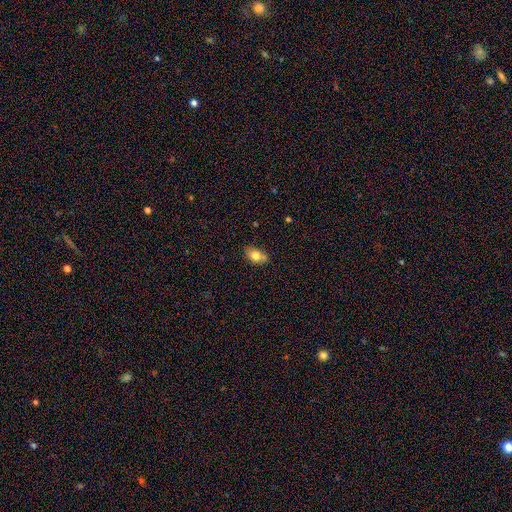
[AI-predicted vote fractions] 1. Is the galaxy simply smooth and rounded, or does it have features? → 78% smooth, 14% featured or disk, 9% star or artifact.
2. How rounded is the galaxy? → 81% in between, 16% round, 3% cigar-shaped.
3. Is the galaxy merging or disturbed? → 76% none, 19% minor disturbance, 3% major disturbance, 2% merger.